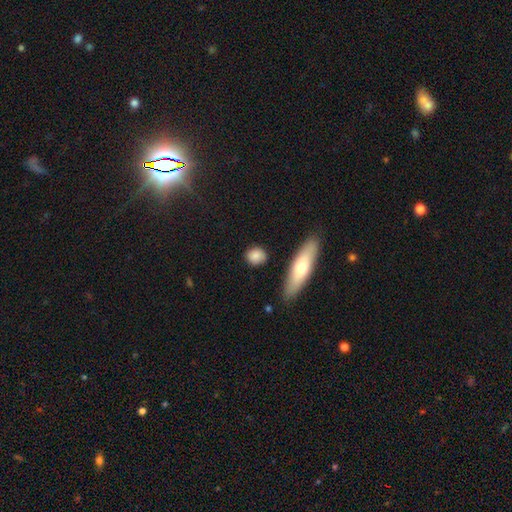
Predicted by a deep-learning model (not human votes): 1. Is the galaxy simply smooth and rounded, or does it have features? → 85% smooth, 8% featured or disk, 7% star or artifact.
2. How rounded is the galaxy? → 61% round, 33% in between, 6% cigar-shaped.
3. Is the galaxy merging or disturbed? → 83% none, 11% minor disturbance, 3% merger, 3% major disturbance.